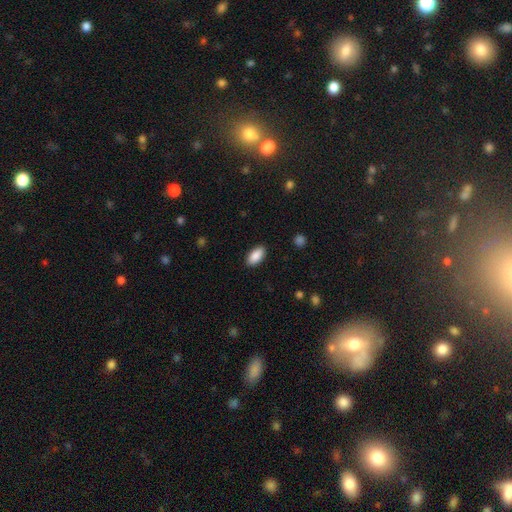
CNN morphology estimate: A smooth galaxy with no disk features (89%) that is in between round and cigar-shaped (92%). Merging: none (88%).